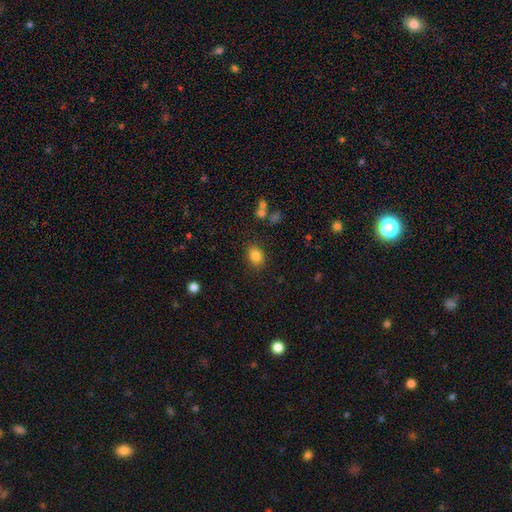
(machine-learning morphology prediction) Q: Smooth or featured?
A: smooth (84%); runner-up: star or artifact (11%)
Q: How rounded?
A: in between (62%); runner-up: round (37%)
Q: Merging?
A: none (84%); runner-up: minor disturbance (10%)